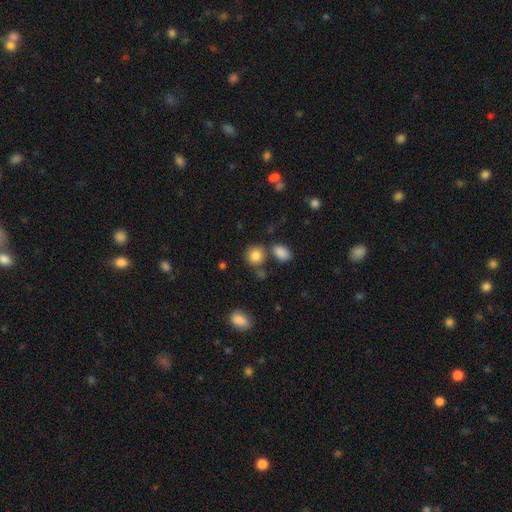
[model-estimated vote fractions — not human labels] Smooth or featured: smooth — 84% (star or artifact — 10%)
How rounded: round — 80% (in between — 19%)
Merging: none — 72% (merger — 13%)